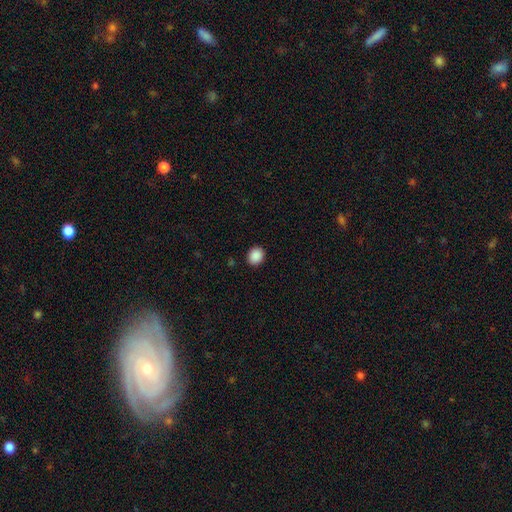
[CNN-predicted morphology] This appears to be a smooth galaxy with no disk features (89%) that is round (71%). Merging: none (90%).